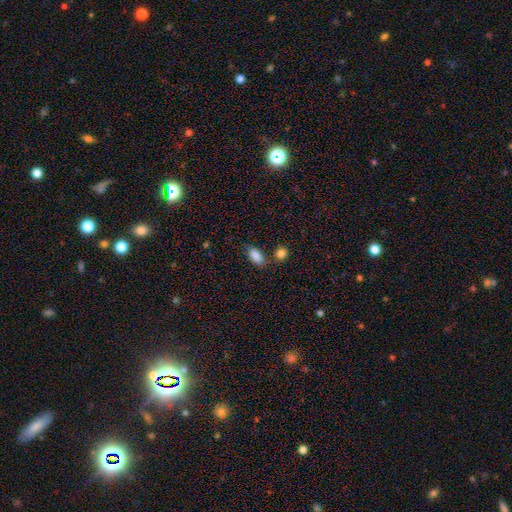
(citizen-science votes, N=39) Smooth or featured: smooth — 87% (star or artifact — 10%)
How rounded: in between — 94% (round — 3%)
Merging: none — 63% (minor disturbance — 26%)